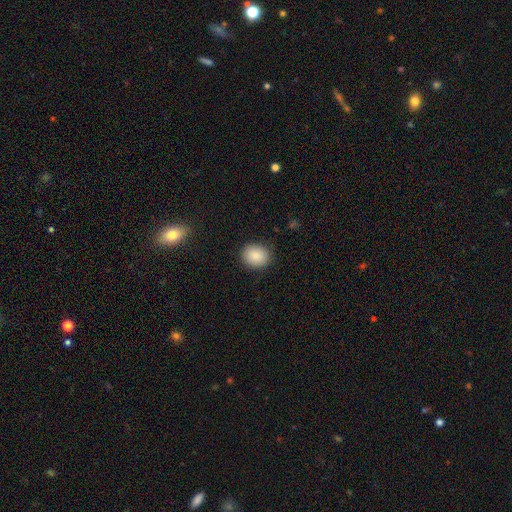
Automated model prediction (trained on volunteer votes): A smooth galaxy with no disk features (87%) that is round (65%). Merging: none (88%).